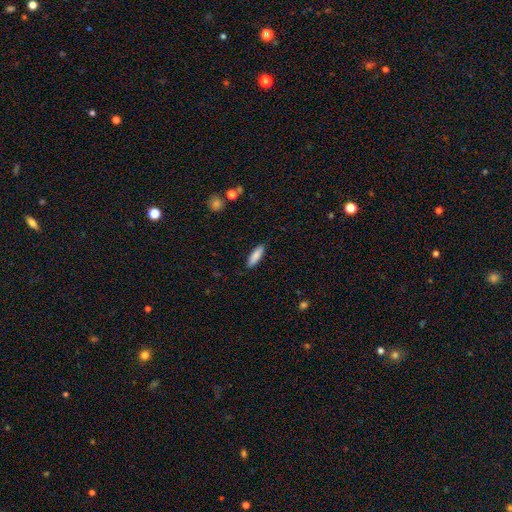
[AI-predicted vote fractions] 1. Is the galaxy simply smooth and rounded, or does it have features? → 85% smooth, 9% featured or disk, 6% star or artifact.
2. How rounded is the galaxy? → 50% cigar-shaped, 48% in between, 2% round.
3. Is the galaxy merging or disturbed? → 89% none, 8% minor disturbance, 2% major disturbance, 1% merger.